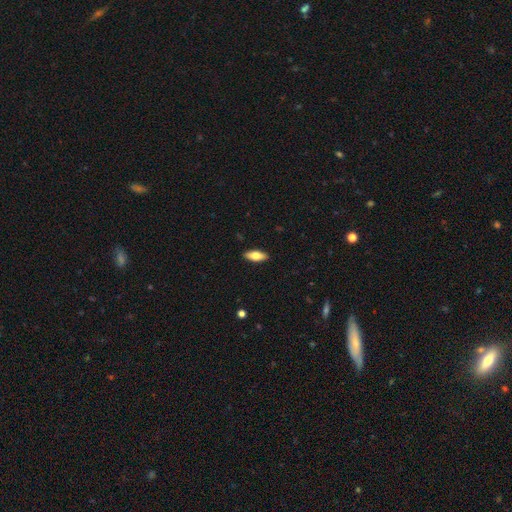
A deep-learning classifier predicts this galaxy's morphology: This appears to be a smooth galaxy with no disk features (69%) that is in between round and cigar-shaped (76%). Merging: none (90%).